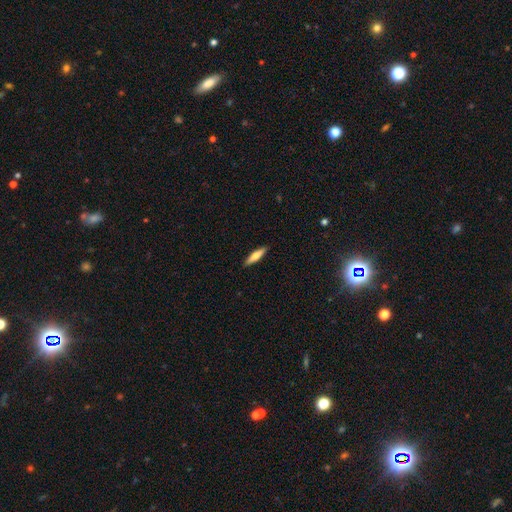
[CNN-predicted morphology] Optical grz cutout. It shows a smooth galaxy with no disk features (65%) that is cigar-shaped (79%). Merging: none (90%).